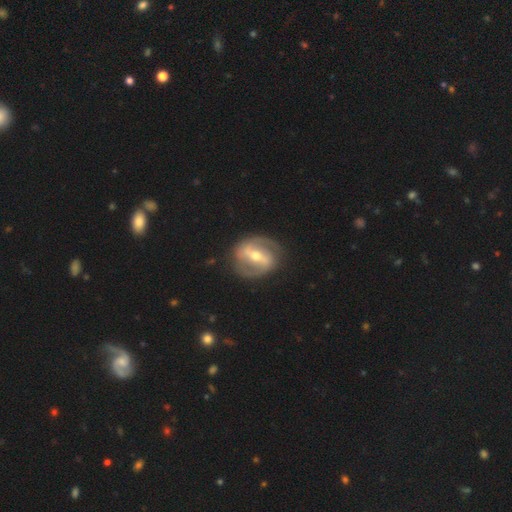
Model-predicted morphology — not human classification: smooth_or_featured: featured or disk (p=0.83) [alt: smooth p=0.12]
disk_edge_on: no (p=0.96) [alt: yes p=0.04]
bar: strong (p=0.57) [alt: weak p=0.31]
has_spiral_arms: yes (p=0.88) [alt: no p=0.12]
spiral_winding: medium (p=0.46) [alt: tight p=0.34]
spiral_arm_count: 2 (p=0.87) [alt: can't tell p=0.06]
bulge_size: moderate (p=0.63) [alt: small p=0.32]
merging: none (p=0.81) [alt: minor disturbance p=0.12]